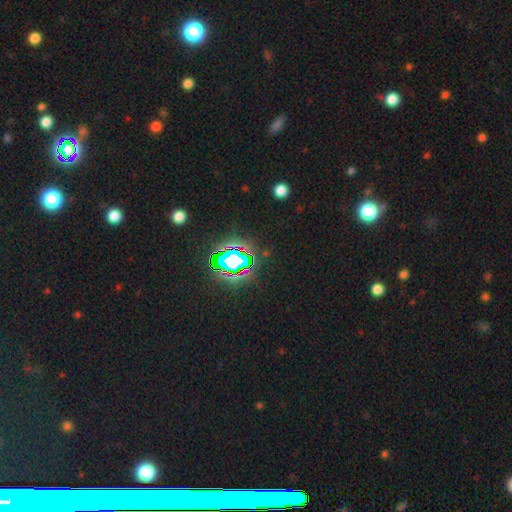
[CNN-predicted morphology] This appears to be a star or artifact, not a galaxy (81%).